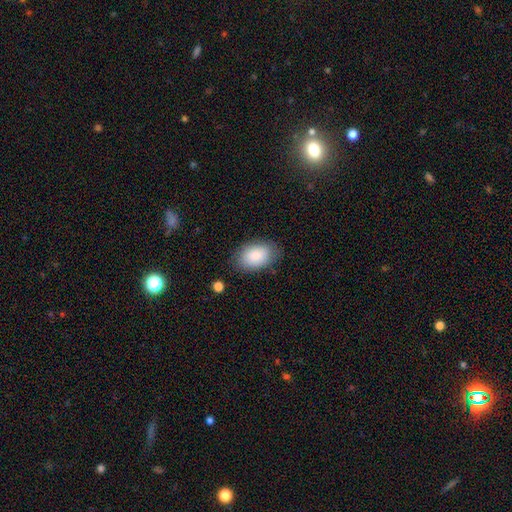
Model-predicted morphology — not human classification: A smooth galaxy with no disk features (84%) that is in between round and cigar-shaped (91%).

Vote fractions:
- Smooth or featured? smooth: 84% / featured or disk: 9% / star or artifact: 7%
- How rounded? in between: 91% / round: 8% / cigar-shaped: 1%
- Merging? none: 81% / minor disturbance: 14% / major disturbance: 4% / merger: 2%